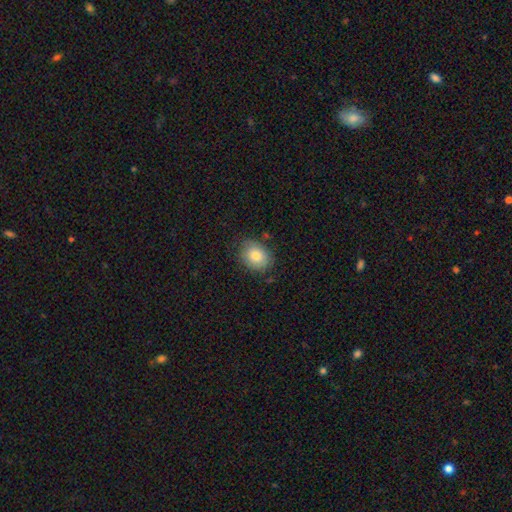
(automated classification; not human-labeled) Smooth or featured? smooth (83%)
How rounded? in between (58%)
Merging? none (78%)